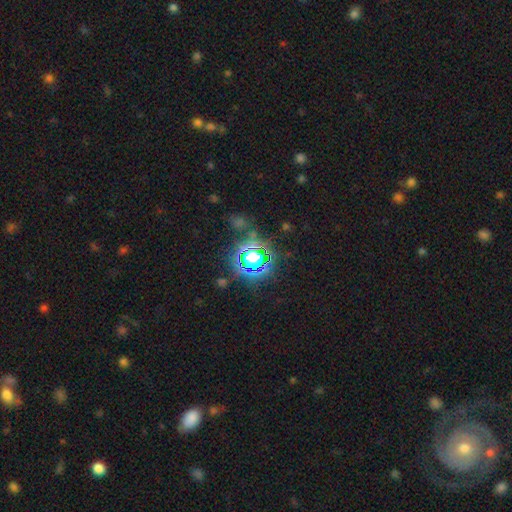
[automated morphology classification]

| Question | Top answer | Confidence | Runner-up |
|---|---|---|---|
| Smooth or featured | star or artifact | 69% | smooth (20%) |